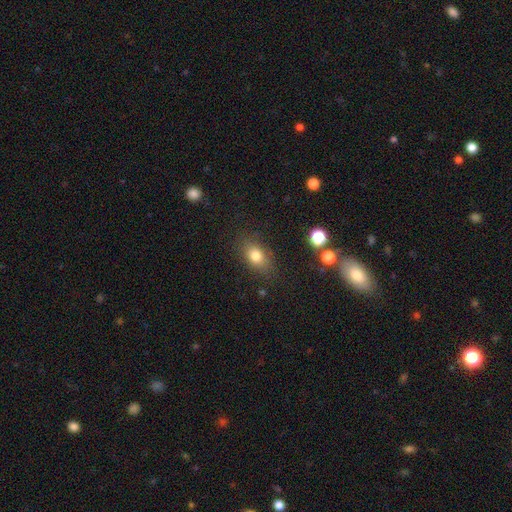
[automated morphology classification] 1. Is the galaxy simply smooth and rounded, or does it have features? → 79% smooth, 11% star or artifact, 10% featured or disk.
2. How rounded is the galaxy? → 76% in between, 20% round, 3% cigar-shaped.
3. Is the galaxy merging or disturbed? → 80% none, 14% minor disturbance, 5% major disturbance, 2% merger.